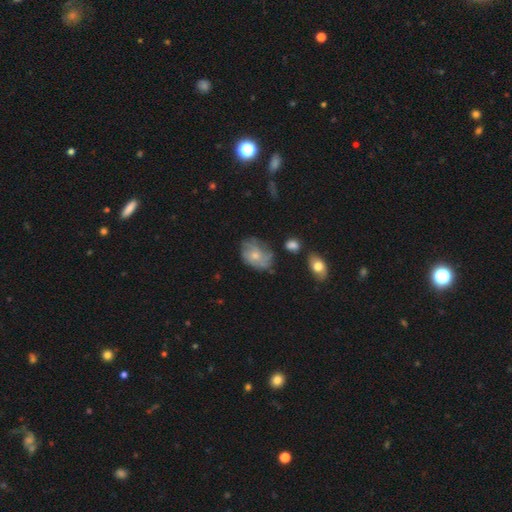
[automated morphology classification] Overall: featured or disk (53%; smooth 38%). Edge-on disk: no (97%). Bar: no (82%). Spiral arms: yes (71%). Bulge size: small (52%; moderate 41%). Merging: none (54%; minor disturbance 29%).